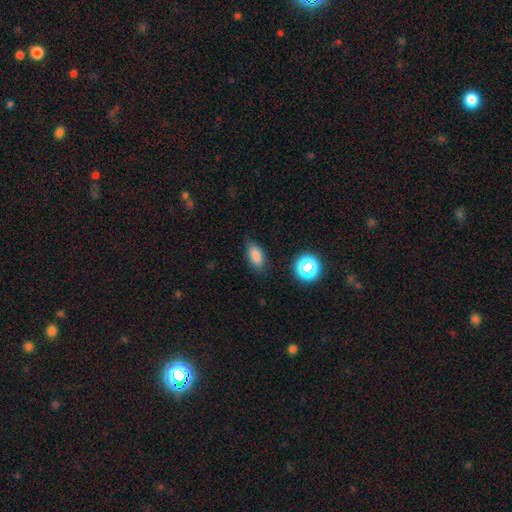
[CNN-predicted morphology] type=smooth (83%); roundness=in between (88%); merging=none (80%).